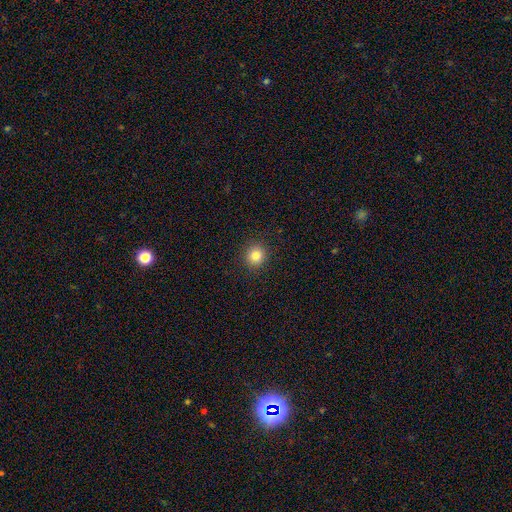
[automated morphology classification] Smooth or featured? Predicted: smooth (p=0.83). How rounded? Predicted: round (p=0.90). Merging? Predicted: none (p=0.91).